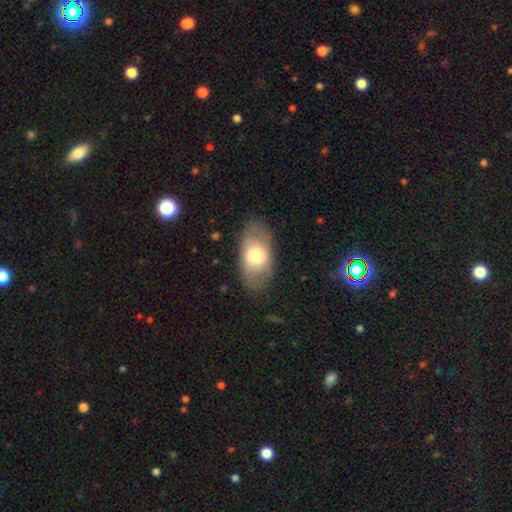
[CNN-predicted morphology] A smooth galaxy with no disk features (66%) that is in between round and cigar-shaped (91%).

Vote fractions:
- Smooth or featured? smooth: 66% / featured or disk: 28% / star or artifact: 6%
- How rounded? in between: 91% / round: 6% / cigar-shaped: 3%
- Merging? none: 77% / minor disturbance: 16% / major disturbance: 6% / merger: 1%